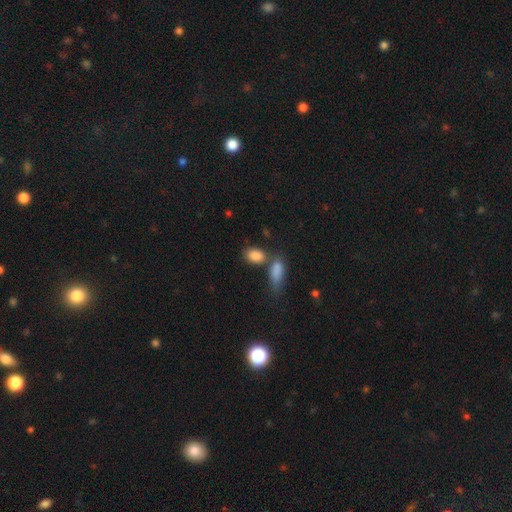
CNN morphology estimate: The model was most divided on "merging": none: 50%, merger: 32%, minor disturbance: 13%, major disturbance: 5%. More confident: smooth or featured — smooth (86%); how rounded — in between (85%).